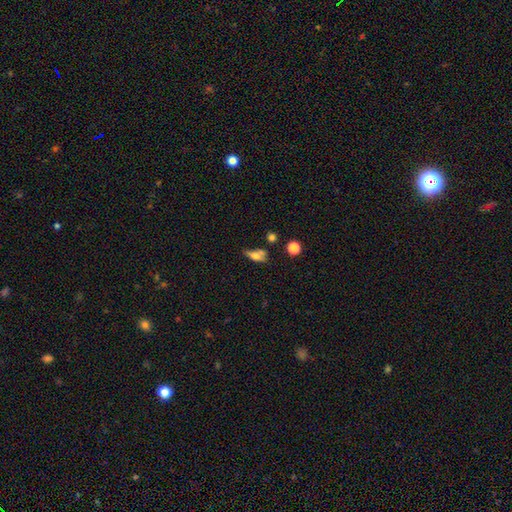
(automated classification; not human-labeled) Smooth or featured?
  - smooth: 59% *
  - featured or disk: 30%
  - star or artifact: 11%
How rounded?
  - in between: 64% *
  - cigar-shaped: 27%
  - round: 10%
Merging?
  - none: 38% *
  - merger: 24%
  - minor disturbance: 23%
  - major disturbance: 15%